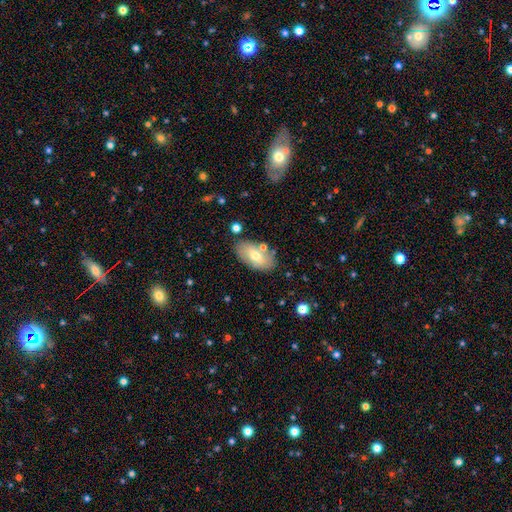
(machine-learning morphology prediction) A smooth galaxy with no disk features (64%) that is in between round and cigar-shaped (93%). Merging: none (76%).